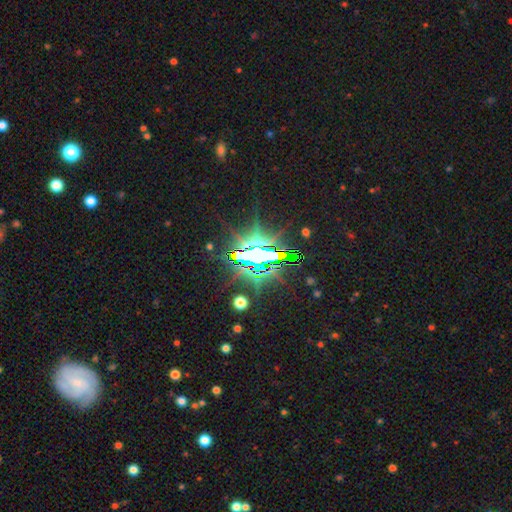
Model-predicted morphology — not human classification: The model was most divided on "smooth or featured": star or artifact: 79%, featured or disk: 12%, smooth: 9%.